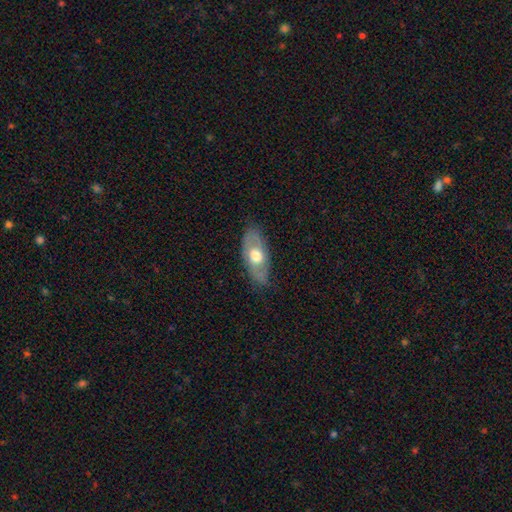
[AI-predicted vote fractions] smooth_or_featured: smooth (p=0.53) [alt: featured or disk p=0.41]
how_rounded: in between (p=0.85) [alt: cigar-shaped p=0.10]
merging: none (p=0.76) [alt: minor disturbance p=0.18]